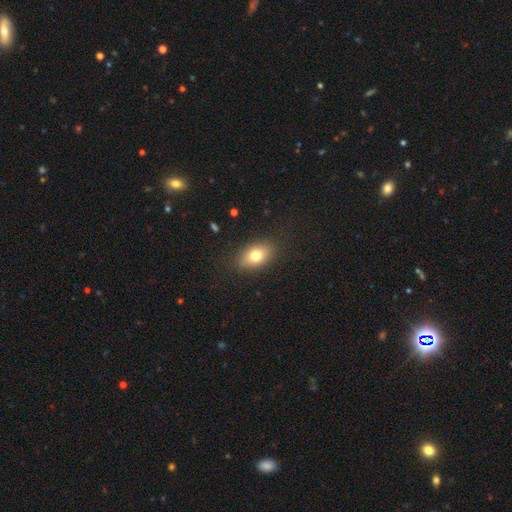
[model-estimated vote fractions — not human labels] A smooth galaxy with no disk features (76%) that is in between round and cigar-shaped (84%). Merging: none (84%).